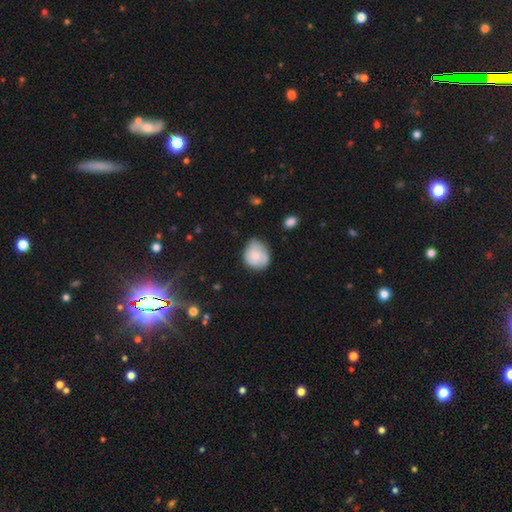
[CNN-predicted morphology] smooth 72%, featured or disk 21%, star or artifact 7%. Down the decision tree: how rounded — round (75%); merging — none (60%).